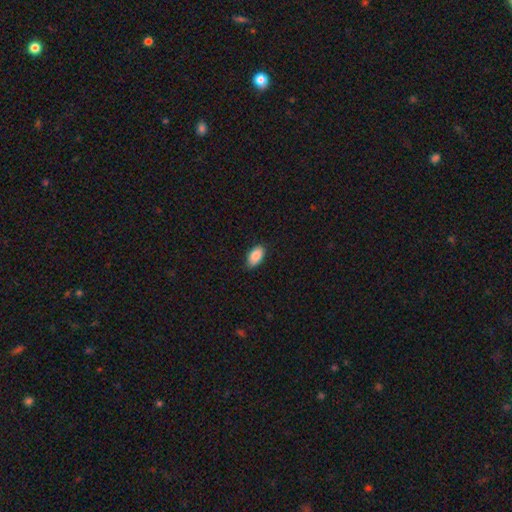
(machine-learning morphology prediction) Smooth or featured? Predicted: smooth (p=0.89). How rounded? Predicted: in between (p=0.94). Merging? Predicted: none (p=0.86).